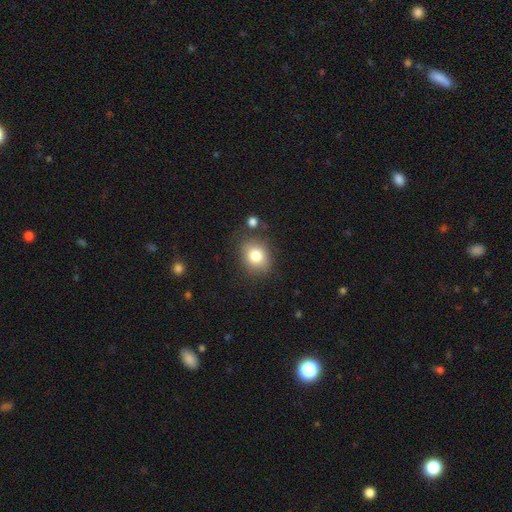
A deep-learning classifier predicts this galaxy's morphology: This appears to be a smooth galaxy with no disk features (80%) that is round (57%). Merging: none (79%).